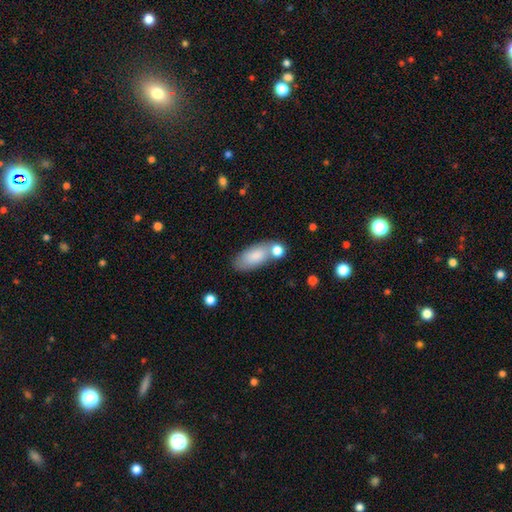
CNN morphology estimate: smooth 82%, featured or disk 11%, star or artifact 7%. Down the decision tree: how rounded — in between (86%); merging — none (55%).